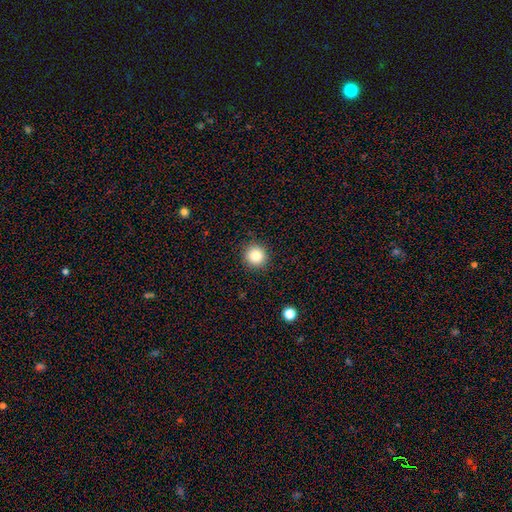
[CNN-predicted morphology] Smooth or featured: smooth — 84% (star or artifact — 10%)
How rounded: round — 94% (in between — 5%)
Merging: none — 91% (minor disturbance — 6%)